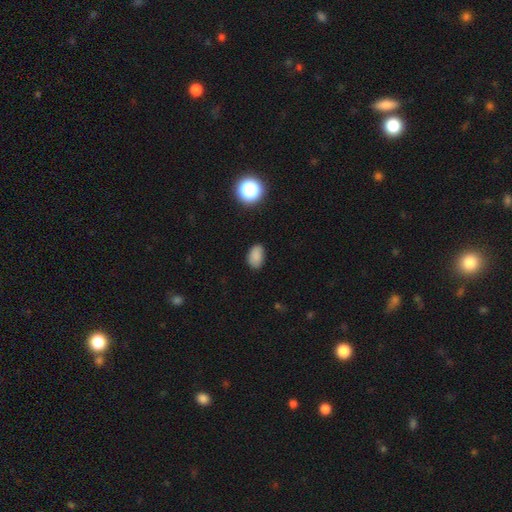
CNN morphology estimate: A smooth galaxy with no disk features (83%) that is in between round and cigar-shaped (87%).

Vote fractions:
- Smooth or featured? smooth: 83% / star or artifact: 12% / featured or disk: 4%
- How rounded? in between: 87% / round: 12% / cigar-shaped: 1%
- Merging? none: 81% / minor disturbance: 15% / major disturbance: 3% / merger: 1%